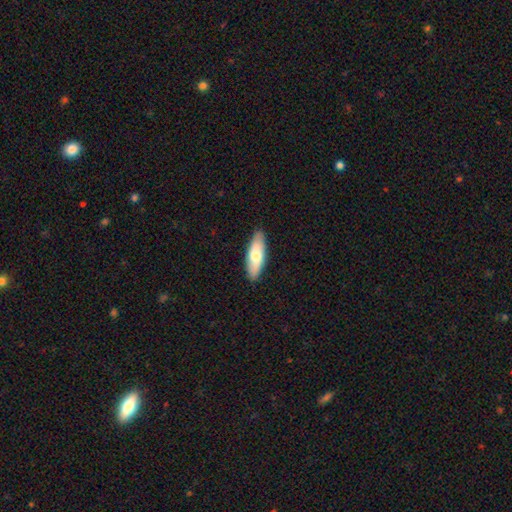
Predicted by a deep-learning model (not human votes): This appears to be a smooth galaxy with no disk features (70%) that is in between round and cigar-shaped (59%). Merging: none (88%).